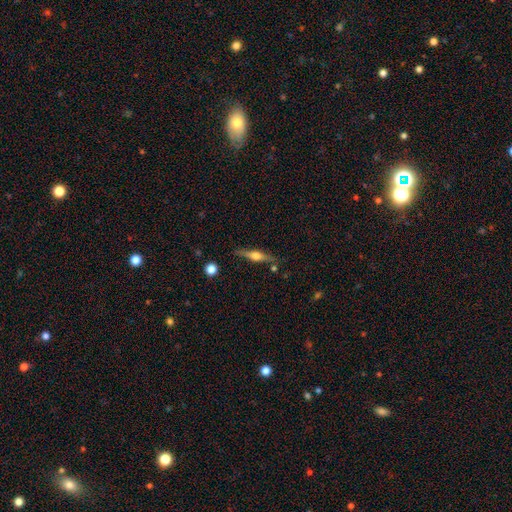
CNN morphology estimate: Smooth or featured?
  - featured or disk: 68% *
  - smooth: 26%
  - star or artifact: 6%
Edge-on disk?
  - yes: 97% *
  - no: 3%
Edge-on bulge?
  - rounded: 89% *
  - boxy: 8%
  - none: 3%
Merging?
  - none: 82% *
  - minor disturbance: 11%
  - merger: 4%
  - major disturbance: 3%